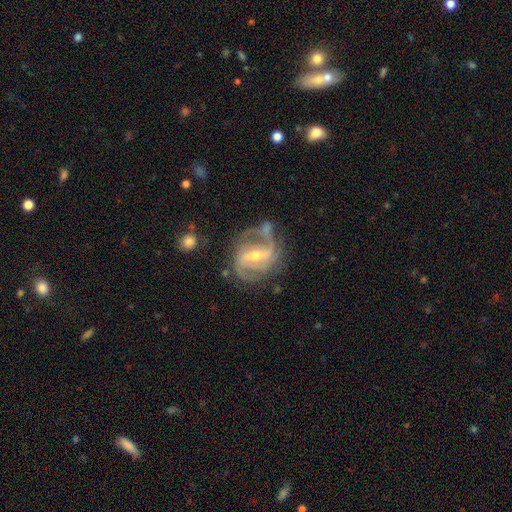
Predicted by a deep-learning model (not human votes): smooth-or-featured: featured or disk: 89% | star or artifact: 6% | smooth: 5%
  disk-edge-on: no: 97% | yes: 3%
    bar: strong: 51% | weak: 36% | no: 12%
    has-spiral-arms: yes: 97% | no: 3%
      spiral-winding: medium: 51% | tight: 30% | loose: 19%
      spiral-arm-count: 2: 64% | 3: 18% | can't tell: 9% | 4: 4% | 1: 3% | more than 4: 3%
    bulge-size: small: 51% | moderate: 46% | large: 1% | none: 1% | dominant: 1%
  merging: none: 63% | minor disturbance: 20% | major disturbance: 11% | merger: 6%